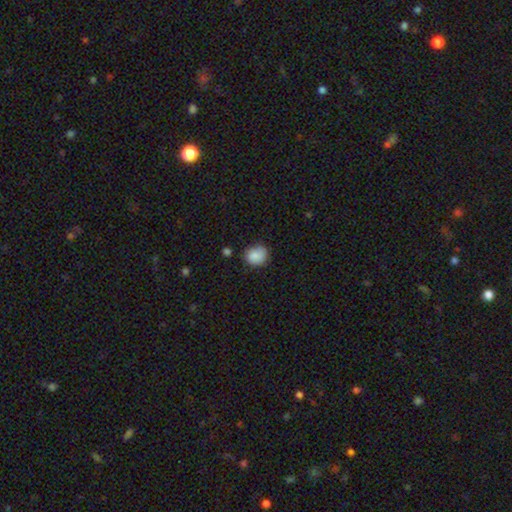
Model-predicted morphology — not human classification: Smooth or featured? Predicted: smooth (p=0.86). How rounded? Predicted: round (p=0.72). Merging? Predicted: none (p=0.74).